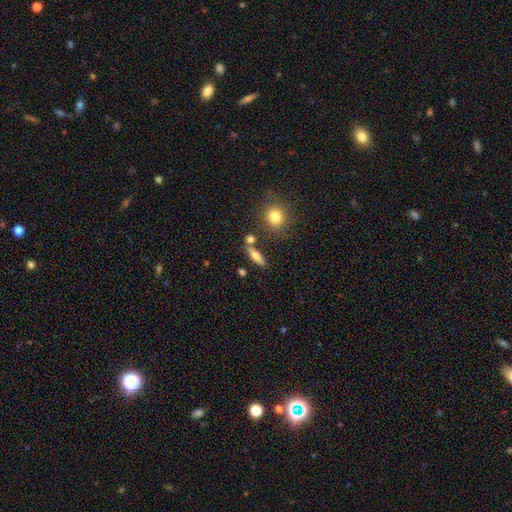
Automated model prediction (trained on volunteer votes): smooth 56%, featured or disk 35%, star or artifact 9%. Down the decision tree: how rounded — cigar-shaped (50%); merging — none (72%).